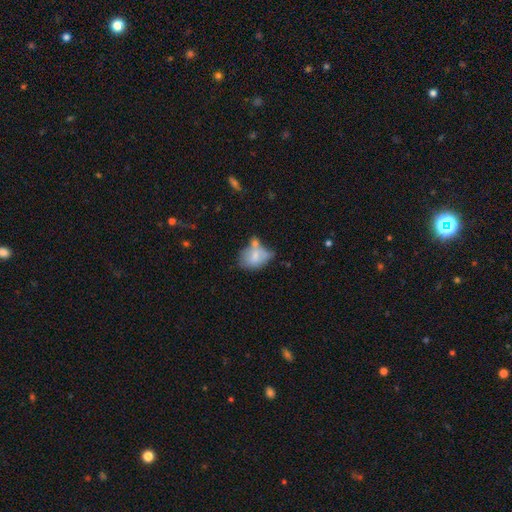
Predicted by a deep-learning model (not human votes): Smooth or featured?
  - smooth: 64% *
  - featured or disk: 27%
  - star or artifact: 8%
How rounded?
  - in between: 77% *
  - round: 21%
  - cigar-shaped: 2%
Merging?
  - merger: 33% *
  - none: 28%
  - minor disturbance: 25%
  - major disturbance: 14%